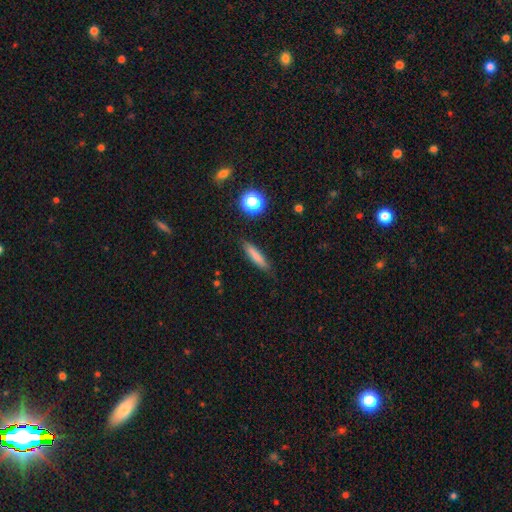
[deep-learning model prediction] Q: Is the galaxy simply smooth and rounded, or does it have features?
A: smooth — 77%.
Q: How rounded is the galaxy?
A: cigar-shaped — 84%.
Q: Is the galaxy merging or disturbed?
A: none — 86%.